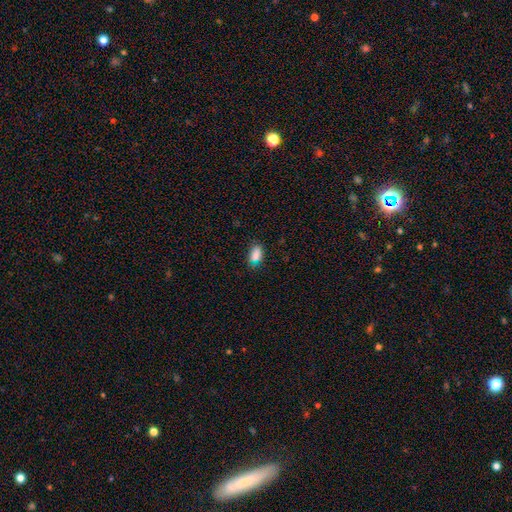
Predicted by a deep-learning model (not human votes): smooth-or-featured: smooth: 82% | star or artifact: 13% | featured or disk: 5%
  how-rounded: in between: 87% | round: 7% | cigar-shaped: 6%
  merging: none: 71% | minor disturbance: 21% | major disturbance: 5% | merger: 3%